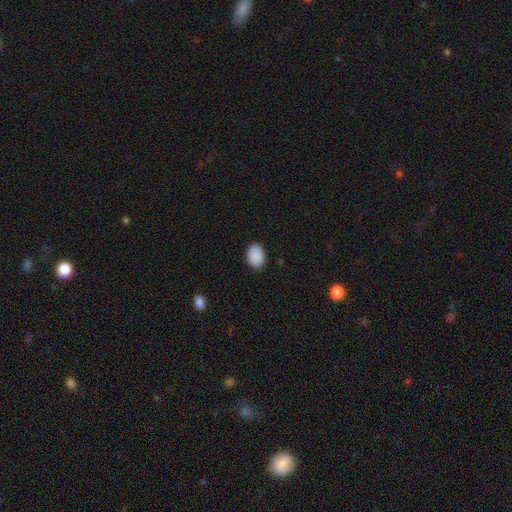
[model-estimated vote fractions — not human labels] This appears to be a smooth galaxy with no disk features (90%) that is in between round and cigar-shaped (76%). Merging: none (88%).